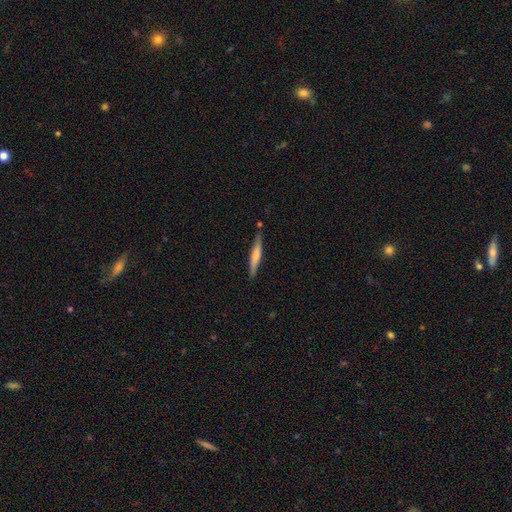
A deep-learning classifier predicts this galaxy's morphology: Smooth or featured? smooth (55%)
How rounded? cigar-shaped (94%)
Merging? none (82%)